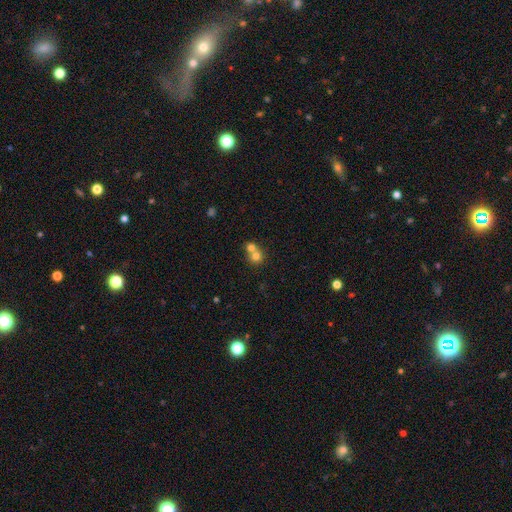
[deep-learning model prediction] The model was most divided on "merging": merger: 63%, none: 30%, minor disturbance: 4%, major disturbance: 2%. More confident: how rounded — round (82%); smooth or featured — smooth (73%).